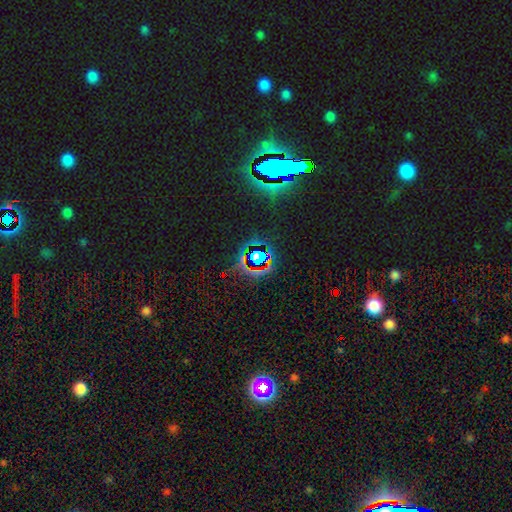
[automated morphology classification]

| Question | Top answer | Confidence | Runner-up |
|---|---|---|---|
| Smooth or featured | star or artifact | 75% | smooth (14%) |